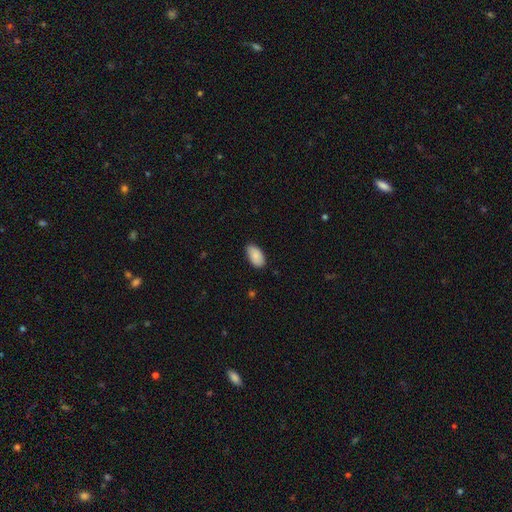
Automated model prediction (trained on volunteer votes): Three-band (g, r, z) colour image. It shows a smooth galaxy with no disk features (87%) that is in between round and cigar-shaped (95%). Merging: none (80%).